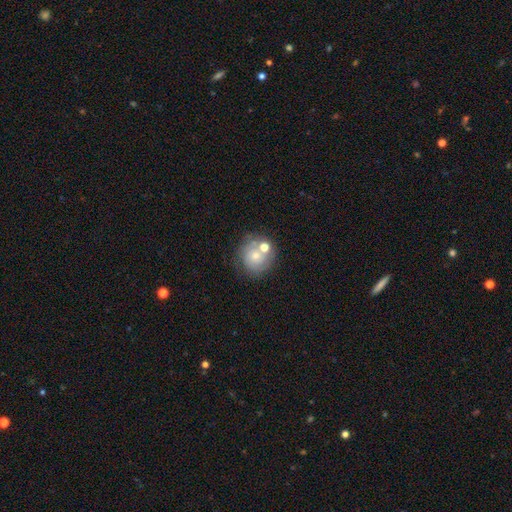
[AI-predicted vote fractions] Smooth or featured? smooth (55%)
How rounded? round (86%)
Merging? none (54%)